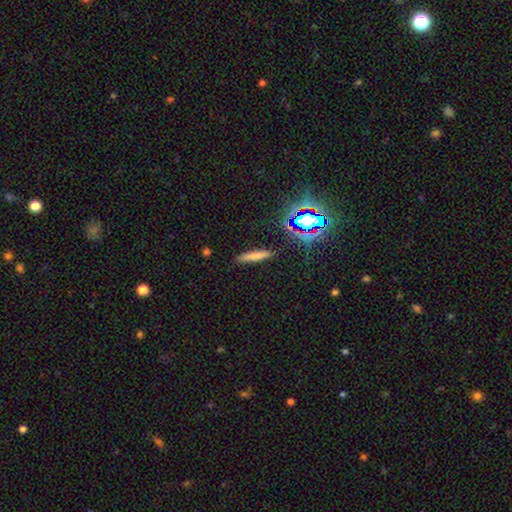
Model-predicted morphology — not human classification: Smooth or featured: smooth — 69% (featured or disk — 16%)
How rounded: cigar-shaped — 87% (in between — 11%)
Merging: none — 86% (minor disturbance — 10%)